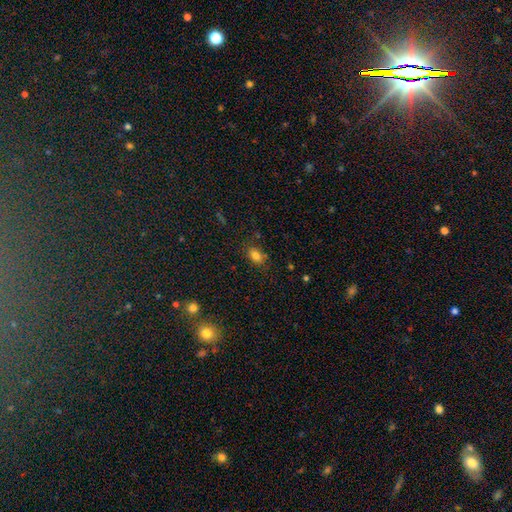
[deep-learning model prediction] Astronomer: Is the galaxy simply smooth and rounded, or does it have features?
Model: smooth — 81%.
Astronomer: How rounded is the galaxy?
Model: in between — 81%.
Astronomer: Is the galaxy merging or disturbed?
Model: none — 78%.